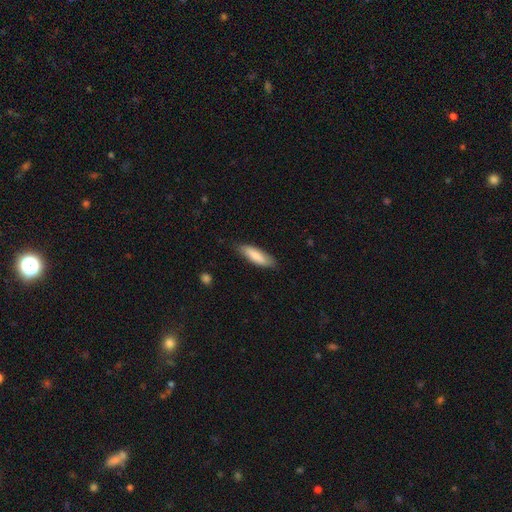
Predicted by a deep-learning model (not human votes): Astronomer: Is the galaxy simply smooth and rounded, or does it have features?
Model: smooth — 82%.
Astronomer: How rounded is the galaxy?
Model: cigar-shaped — 55% (runner-up: in between, 43%).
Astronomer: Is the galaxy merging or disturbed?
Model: none — 81%.